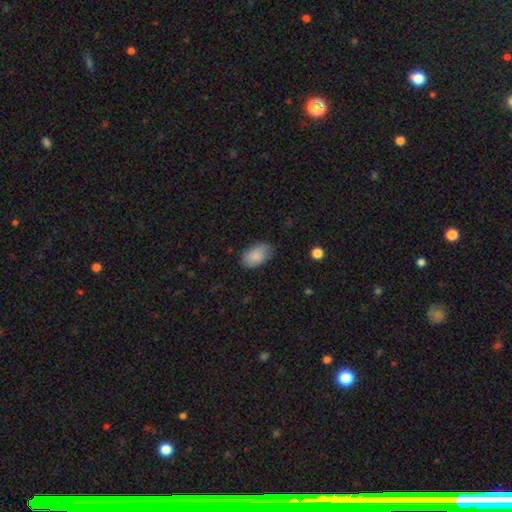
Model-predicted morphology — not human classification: This appears to be a smooth galaxy with no disk features (86%) that is in between round and cigar-shaped (91%). Merging: none (76%).